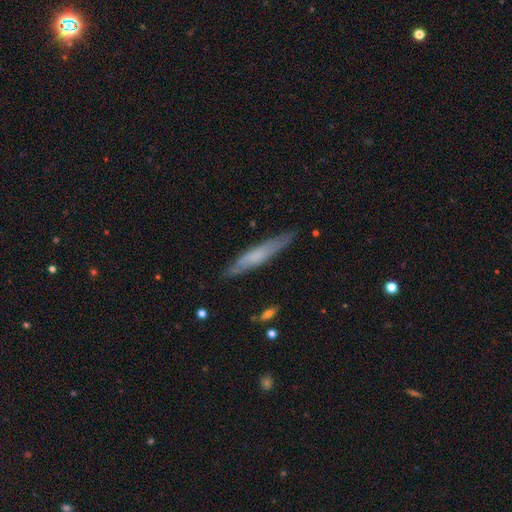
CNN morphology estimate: A smooth galaxy with no disk features (52%) that is cigar-shaped (92%).

Vote fractions:
- Smooth or featured? smooth: 52% / featured or disk: 42% / star or artifact: 7%
- How rounded? cigar-shaped: 92% / in between: 6% / round: 1%
- Merging? none: 84% / minor disturbance: 12% / major disturbance: 2% / merger: 1%